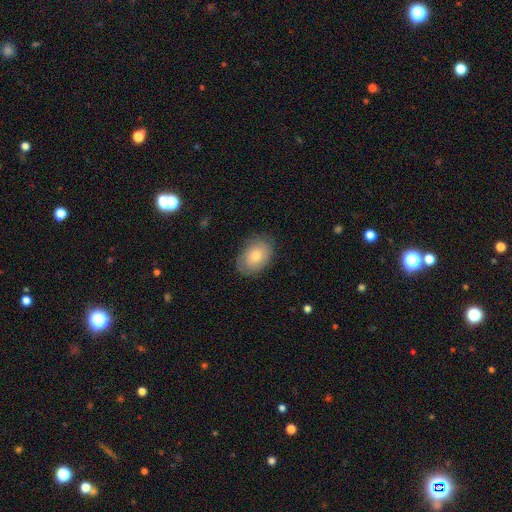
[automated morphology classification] smooth_or_featured: smooth (p=0.72) [alt: featured or disk p=0.21]
how_rounded: in between (p=0.84) [alt: round p=0.15]
merging: none (p=0.80) [alt: minor disturbance p=0.15]